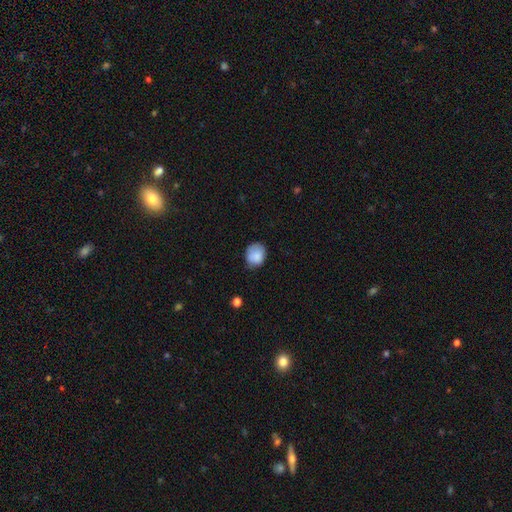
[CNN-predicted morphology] Overall: smooth (85%). How rounded: round (58%; in between 41%). Merging: none (63%; minor disturbance 30%).